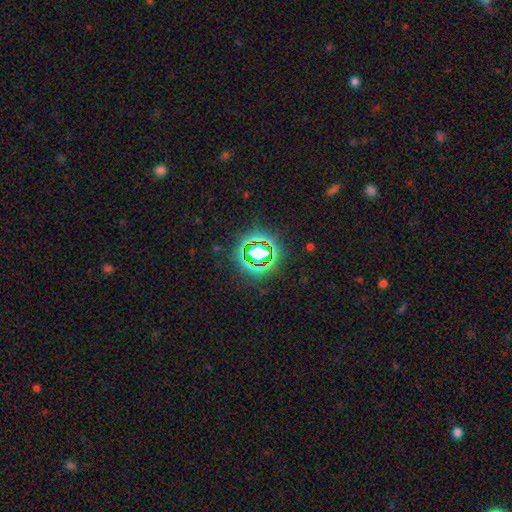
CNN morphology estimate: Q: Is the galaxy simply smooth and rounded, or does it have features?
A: star or artifact — 72%.